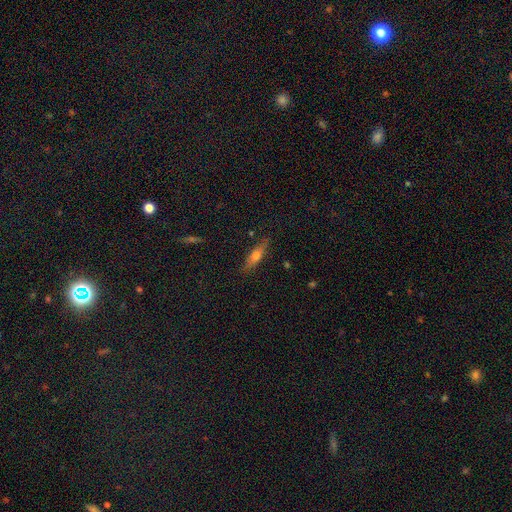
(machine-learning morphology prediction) Smooth or featured: smooth — 49% (featured or disk — 44%)
Merging: none — 85% (minor disturbance — 11%)